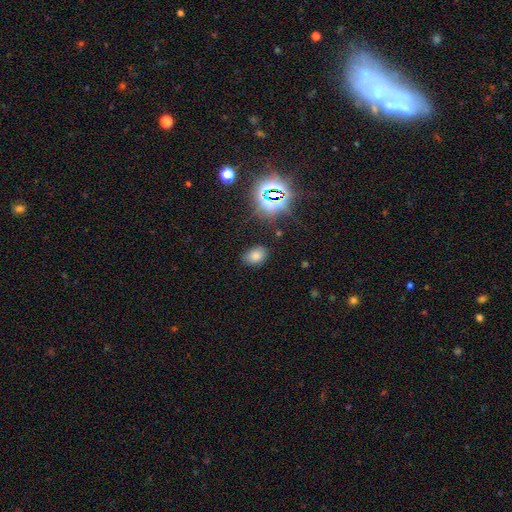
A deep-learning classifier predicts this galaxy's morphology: Smooth or featured? smooth (72%)
How rounded? in between (80%)
Merging? none (81%)